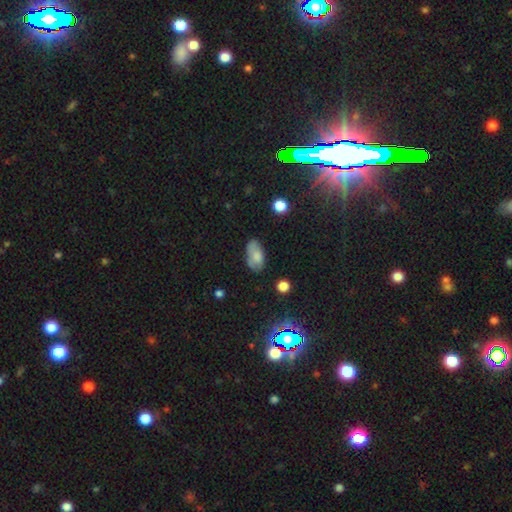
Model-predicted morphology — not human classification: smooth-or-featured: smooth: 75% | featured or disk: 17% | star or artifact: 9%
  how-rounded: in between: 93% | round: 4% | cigar-shaped: 3%
  merging: none: 62% | minor disturbance: 27% | major disturbance: 8% | merger: 3%